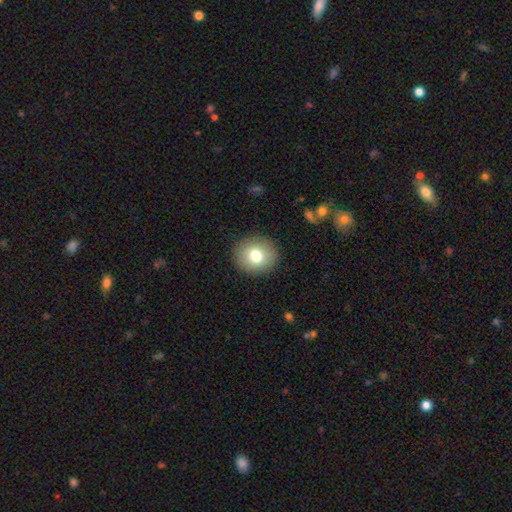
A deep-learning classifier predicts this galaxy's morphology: Overall: smooth (77%). How rounded: round (84%). Merging: none (90%).